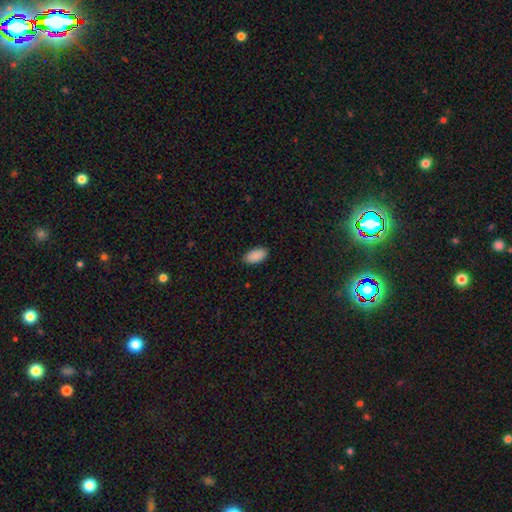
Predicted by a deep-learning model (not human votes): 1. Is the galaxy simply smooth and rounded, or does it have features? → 90% smooth, 7% star or artifact, 3% featured or disk.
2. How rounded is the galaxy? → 95% in between, 3% cigar-shaped, 2% round.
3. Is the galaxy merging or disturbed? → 88% none, 9% minor disturbance, 2% major disturbance, 1% merger.